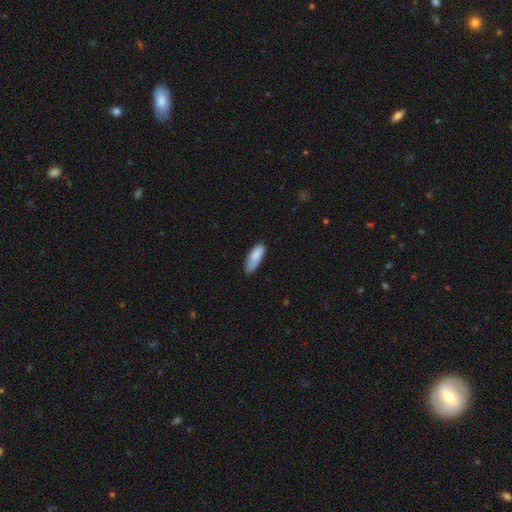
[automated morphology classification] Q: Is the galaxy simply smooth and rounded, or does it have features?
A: smooth — 86%.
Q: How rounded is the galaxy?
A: in between — 72%.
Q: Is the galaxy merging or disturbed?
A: none — 71%.